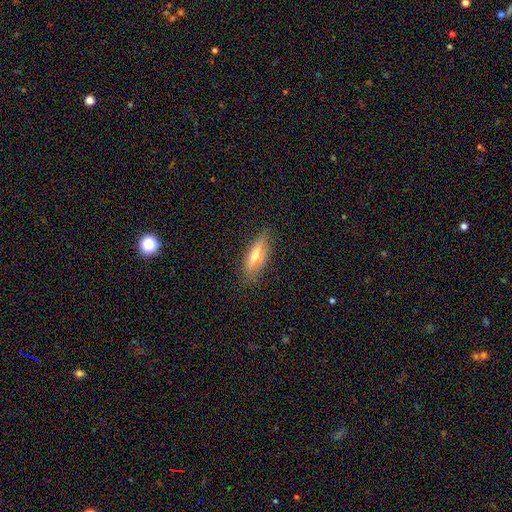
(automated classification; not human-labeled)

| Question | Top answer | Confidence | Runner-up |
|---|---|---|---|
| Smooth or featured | featured or disk | 52% | smooth (39%) |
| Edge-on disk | yes | 87% | no (13%) |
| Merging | none | 85% | minor disturbance (11%) |